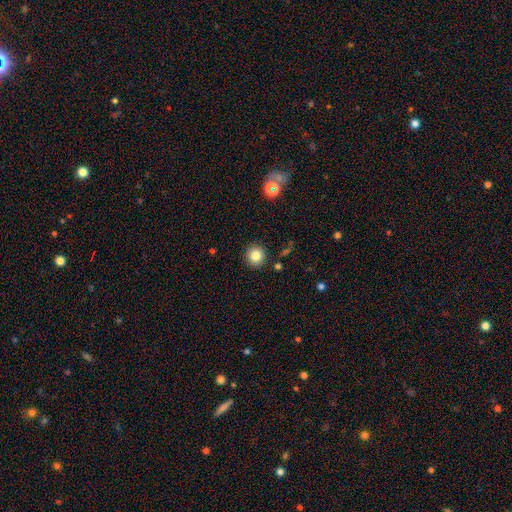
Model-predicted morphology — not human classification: A smooth galaxy with no disk features (82%) that is round (92%). Merging: none (90%).